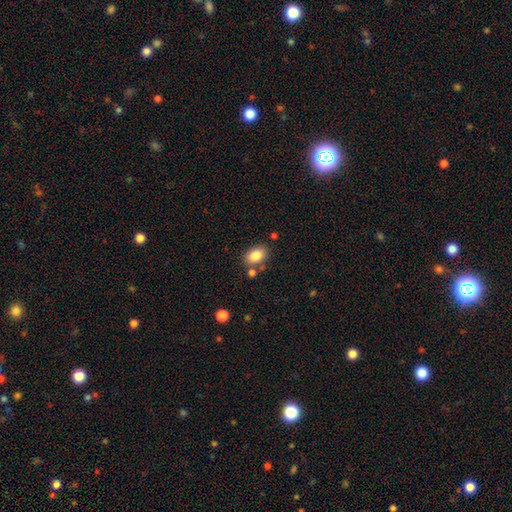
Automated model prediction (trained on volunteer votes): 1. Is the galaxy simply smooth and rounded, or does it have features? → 85% smooth, 8% star or artifact, 7% featured or disk.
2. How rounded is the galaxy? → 83% in between, 16% round, 1% cigar-shaped.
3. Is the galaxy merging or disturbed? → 74% none, 13% minor disturbance, 10% merger, 4% major disturbance.